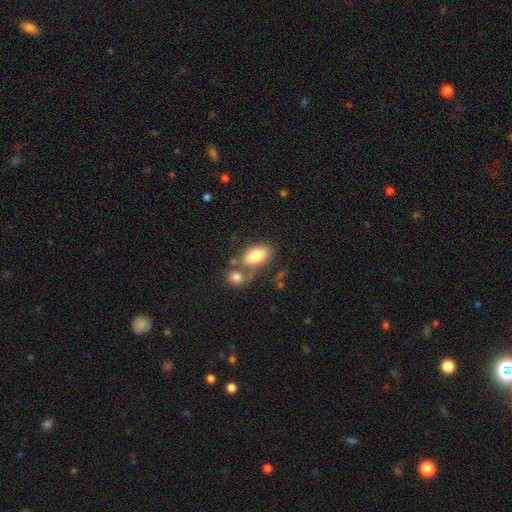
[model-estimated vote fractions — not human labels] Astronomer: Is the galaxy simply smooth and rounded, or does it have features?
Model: smooth — 78%.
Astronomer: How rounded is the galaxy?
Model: in between — 91%.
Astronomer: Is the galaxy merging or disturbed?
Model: none — 41% (runner-up: merger, 37%).